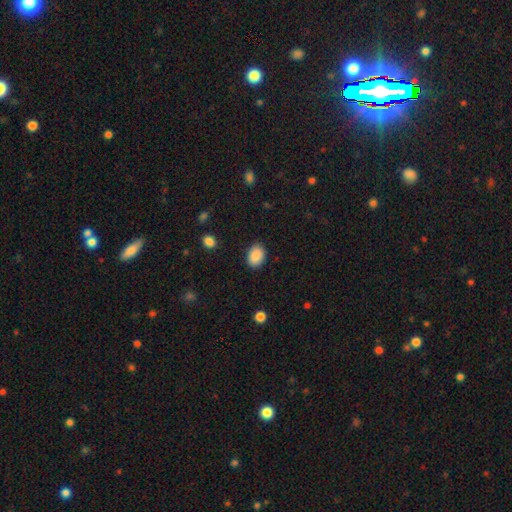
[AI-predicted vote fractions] A smooth galaxy with no disk features (89%) that is in between round and cigar-shaped (77%). Merging: none (87%).